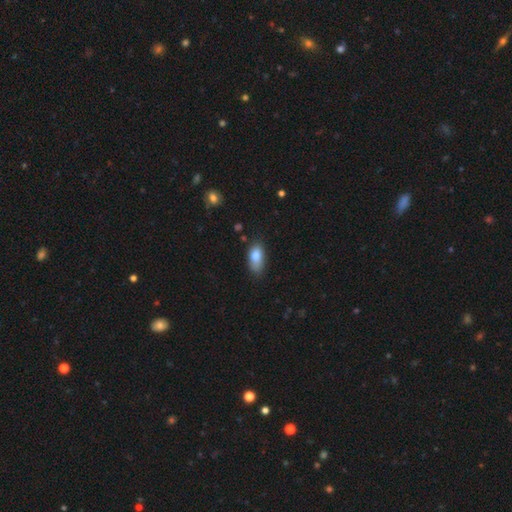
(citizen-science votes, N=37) Overall: smooth (89%). How rounded: in between (82%). Merging: minor disturbance (53%; none 38%).